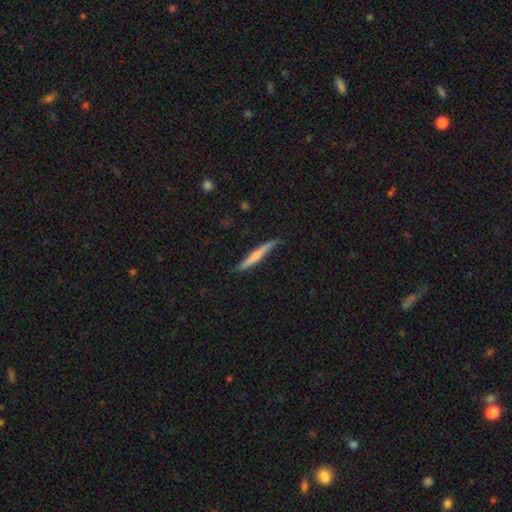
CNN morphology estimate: Smooth or featured?
  - smooth: 52% *
  - featured or disk: 42%
  - star or artifact: 5%
How rounded?
  - cigar-shaped: 95% *
  - in between: 4%
  - round: 2%
Merging?
  - none: 74% *
  - minor disturbance: 20%
  - major disturbance: 4%
  - merger: 2%